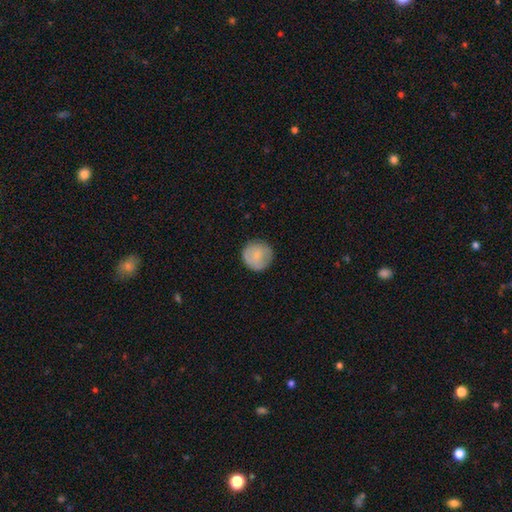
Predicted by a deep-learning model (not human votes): smooth_or_featured: smooth (p=0.75) [alt: featured or disk p=0.18]
how_rounded: round (p=0.94) [alt: in between p=0.05]
merging: none (p=0.83) [alt: minor disturbance p=0.13]